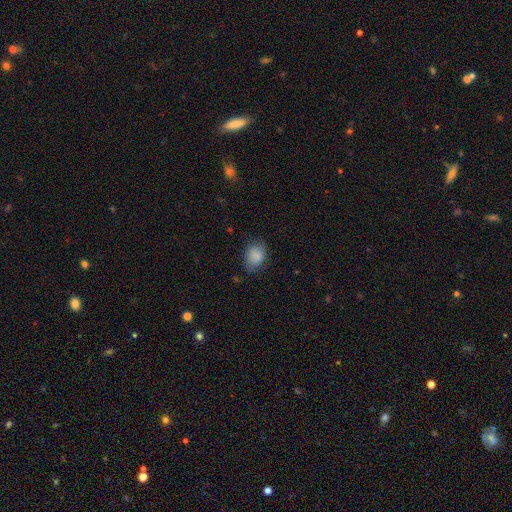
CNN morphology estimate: A smooth galaxy with no disk features (85%) that is in between round and cigar-shaped (72%). Merging: none (71%).